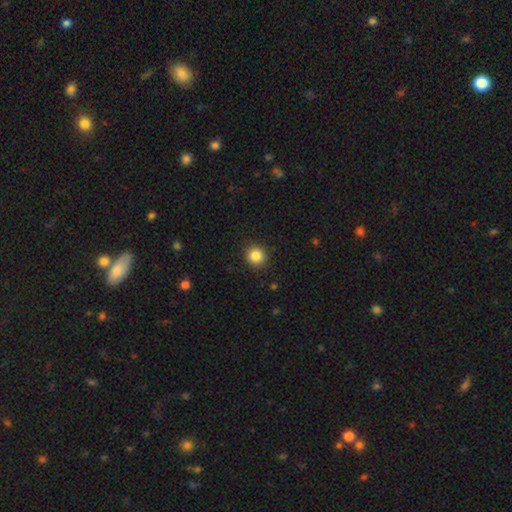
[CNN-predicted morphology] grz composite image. It shows a smooth galaxy with no disk features (86%) that is round (93%). Merging: none (91%).